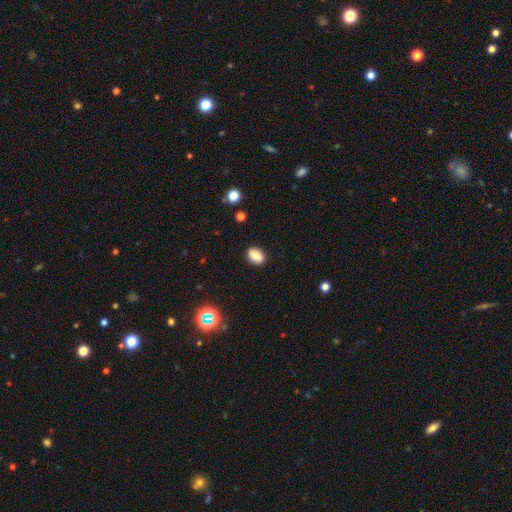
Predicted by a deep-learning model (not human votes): A smooth galaxy with no disk features (86%) that is in between round and cigar-shaped (85%). Merging: none (87%).